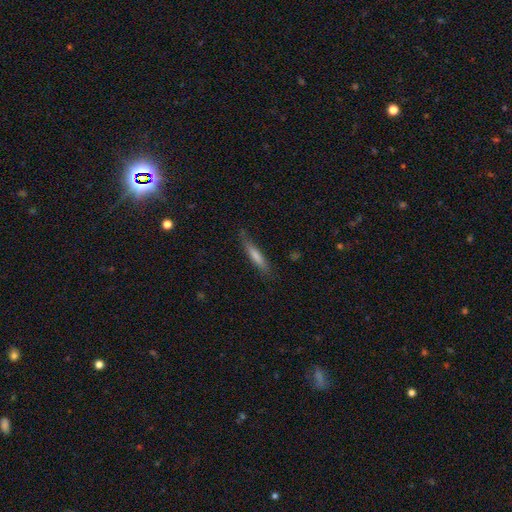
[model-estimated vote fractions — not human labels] Q: Smooth or featured?
A: smooth (59%); runner-up: featured or disk (33%)
Q: How rounded?
A: cigar-shaped (92%); runner-up: in between (7%)
Q: Merging?
A: none (83%); runner-up: minor disturbance (13%)